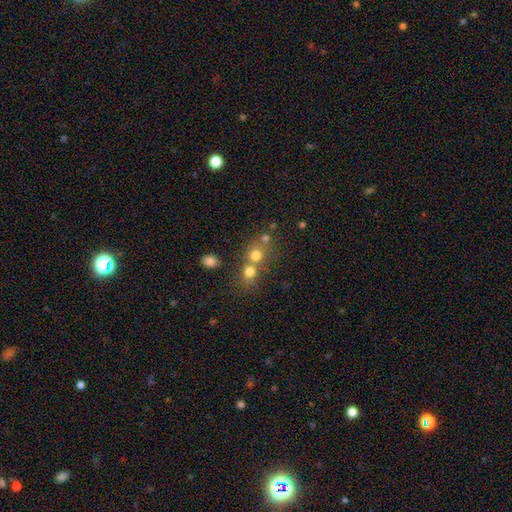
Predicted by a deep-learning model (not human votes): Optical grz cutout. It shows a smooth galaxy with no disk features (69%) that is round (82%). Merging: merger (48%).